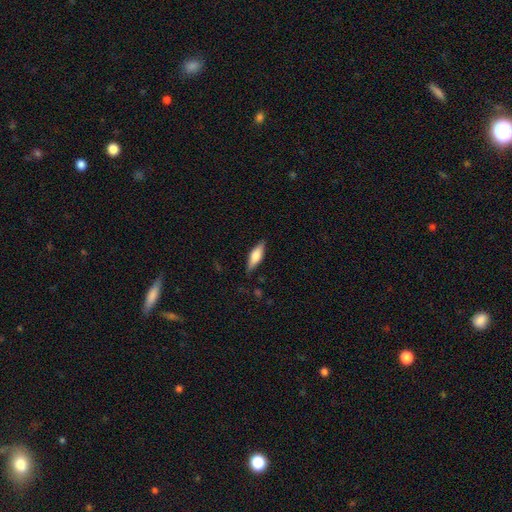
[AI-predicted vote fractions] This is likely a smooth galaxy (65%). How rounded: possibly in between (53%). Merging: clearly none (84%).